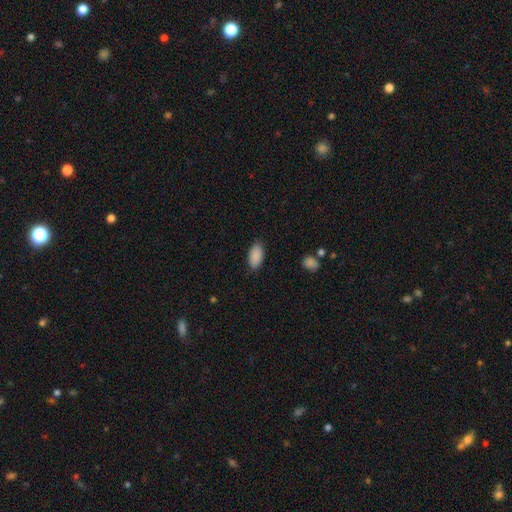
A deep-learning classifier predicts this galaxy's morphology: Smooth or featured?
  - smooth: 90% *
  - star or artifact: 7%
  - featured or disk: 3%
How rounded?
  - in between: 94% *
  - cigar-shaped: 4%
  - round: 3%
Merging?
  - none: 86% *
  - minor disturbance: 10%
  - major disturbance: 2%
  - merger: 1%